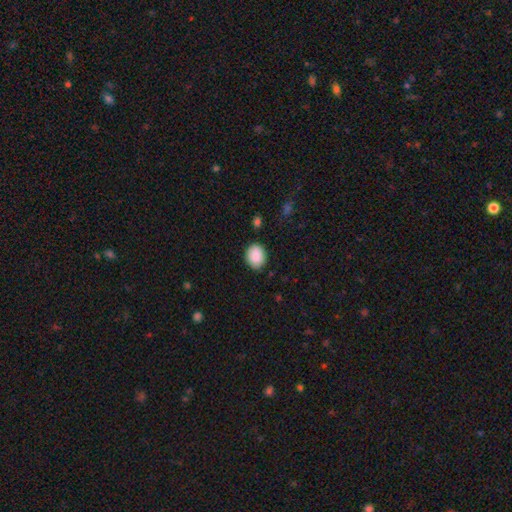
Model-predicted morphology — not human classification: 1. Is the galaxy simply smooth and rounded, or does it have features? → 90% smooth, 7% star or artifact, 3% featured or disk.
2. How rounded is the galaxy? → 52% in between, 47% round, 1% cigar-shaped.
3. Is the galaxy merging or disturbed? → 85% none, 11% minor disturbance, 3% major disturbance, 2% merger.